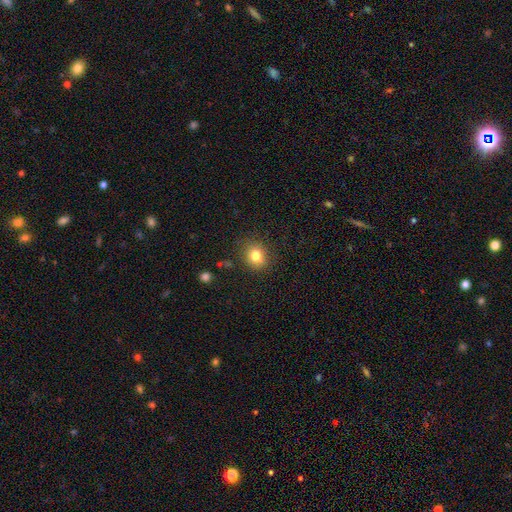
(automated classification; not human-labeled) smooth 81%, star or artifact 11%, featured or disk 8%. Down the decision tree: how rounded — round (67%); merging — none (84%).